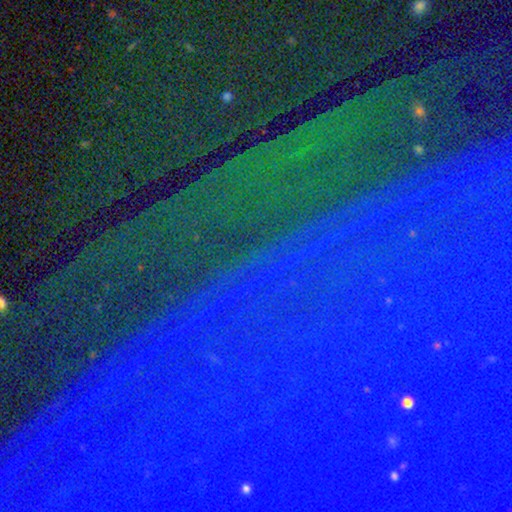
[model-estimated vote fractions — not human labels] smooth-or-featured: star or artifact: 87% | featured or disk: 7% | smooth: 6%